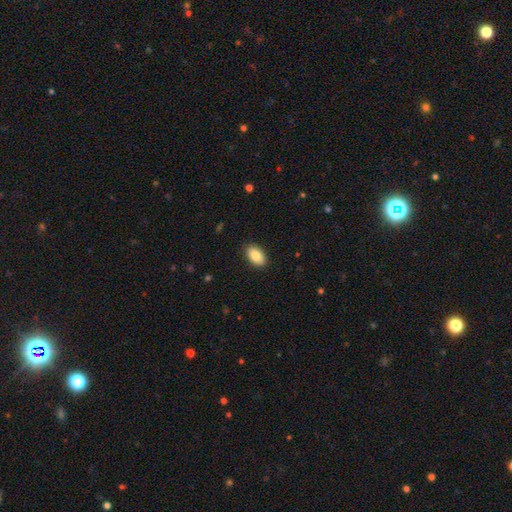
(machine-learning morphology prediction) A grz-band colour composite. It shows a smooth galaxy with no disk features (86%) that is in between round and cigar-shaped (94%). Merging: none (89%).